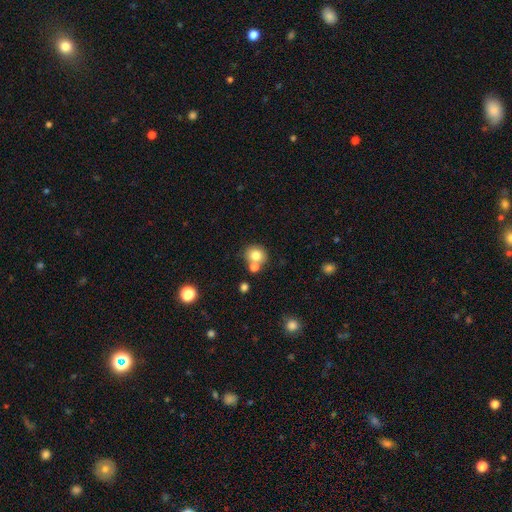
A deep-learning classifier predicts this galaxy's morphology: Overall: smooth (78%). How rounded: round (80%). Merging: none (60%; merger 28%).